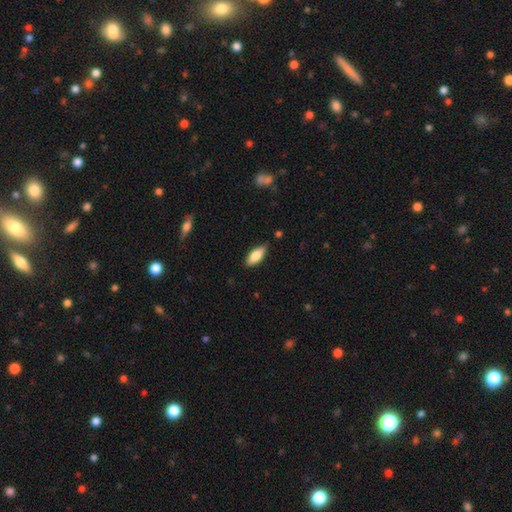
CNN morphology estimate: A smooth galaxy with no disk features (78%) that is in between round and cigar-shaped (78%). Merging: none (84%).